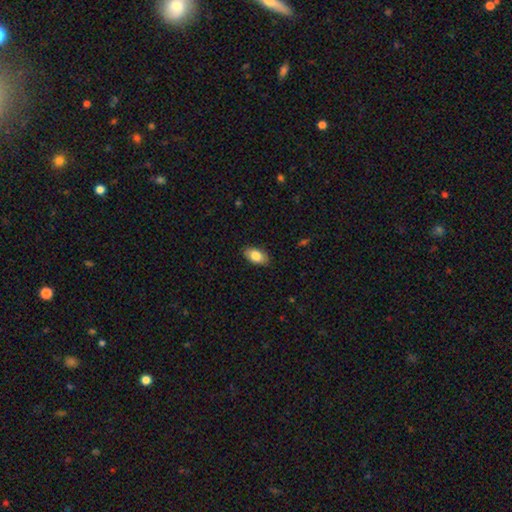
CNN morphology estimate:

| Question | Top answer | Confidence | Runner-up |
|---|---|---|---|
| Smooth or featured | smooth | 83% | featured or disk (10%) |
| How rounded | in between | 93% | round (4%) |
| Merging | none | 88% | minor disturbance (9%) |